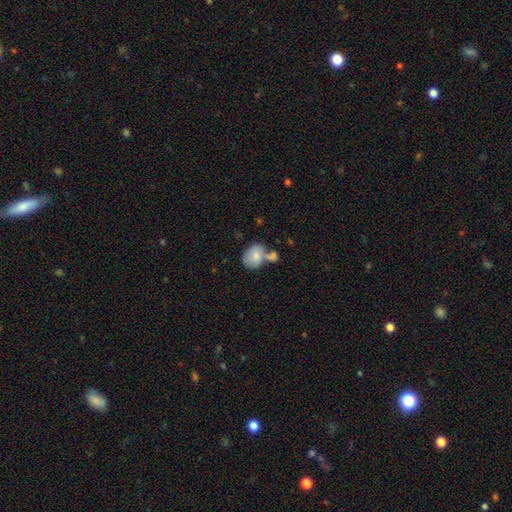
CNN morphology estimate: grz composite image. It shows a smooth galaxy with no disk features (76%) that is in between round and cigar-shaped (59%). Merging: merger (45%).